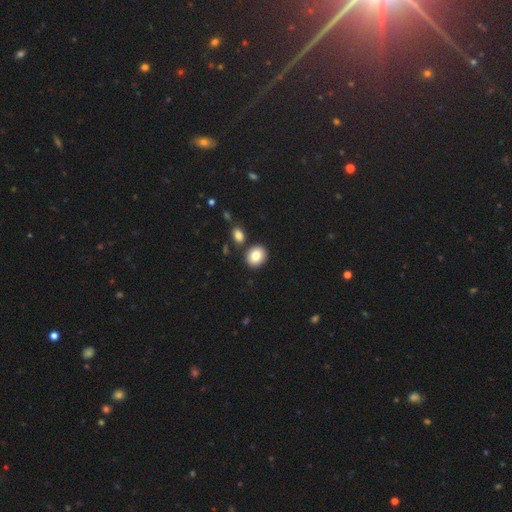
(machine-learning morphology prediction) Smooth or featured? smooth (82%)
How rounded? round (67%)
Merging? none (82%)